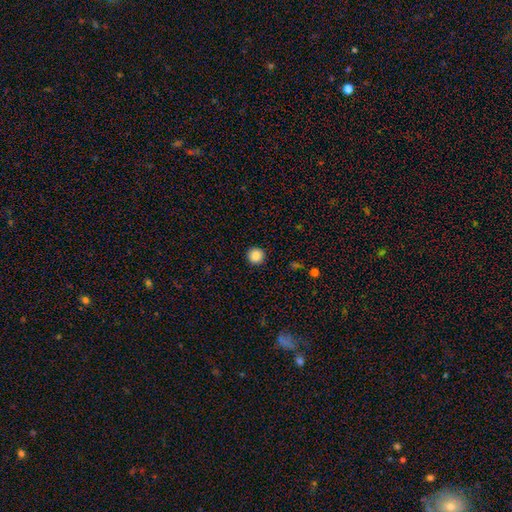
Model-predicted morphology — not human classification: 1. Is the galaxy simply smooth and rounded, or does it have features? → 87% smooth, 9% star or artifact, 3% featured or disk.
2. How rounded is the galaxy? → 95% round, 4% in between, 1% cigar-shaped.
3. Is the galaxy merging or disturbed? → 93% none, 5% minor disturbance, 2% major disturbance, 1% merger.